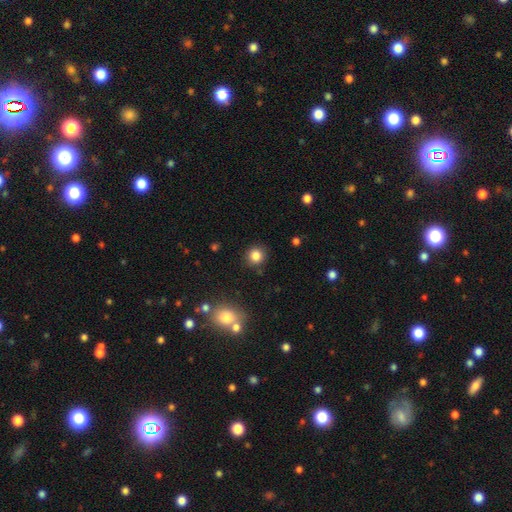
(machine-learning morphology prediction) A smooth galaxy with no disk features (84%) that is round (92%). Merging: none (88%).